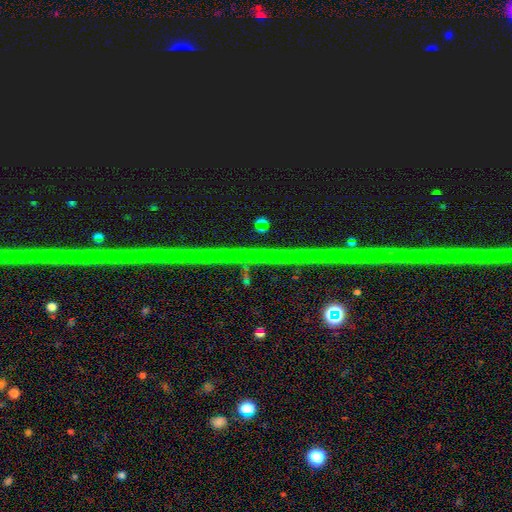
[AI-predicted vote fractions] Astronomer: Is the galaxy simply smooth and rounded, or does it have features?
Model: star or artifact — 83%.